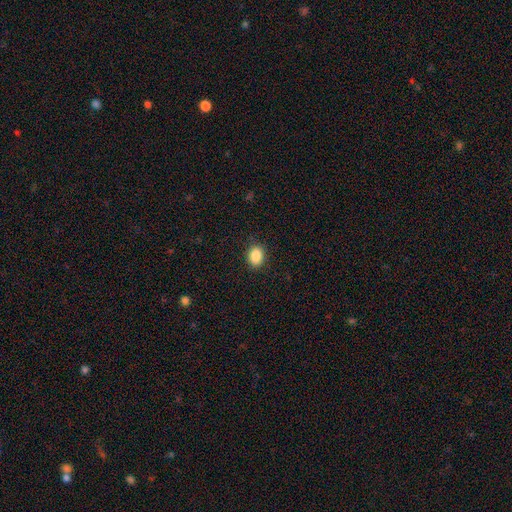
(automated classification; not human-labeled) Q: Smooth or featured?
A: smooth (88%); runner-up: star or artifact (9%)
Q: How rounded?
A: in between (61%); runner-up: round (38%)
Q: Merging?
A: none (88%); runner-up: minor disturbance (9%)